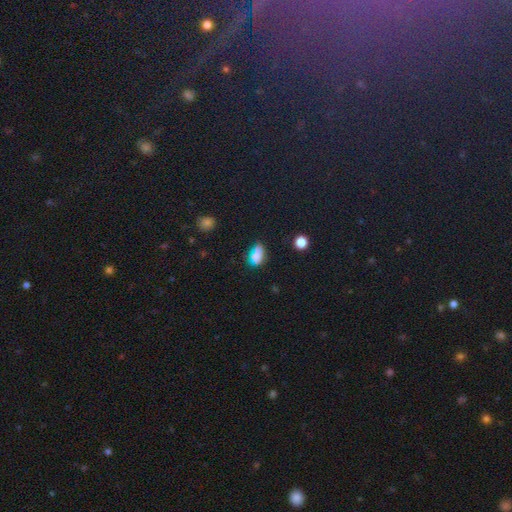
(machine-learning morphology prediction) Smooth or featured?
  - smooth: 69% *
  - star or artifact: 24%
  - featured or disk: 7%
How rounded?
  - in between: 72% *
  - round: 20%
  - cigar-shaped: 9%
Merging?
  - none: 68% *
  - minor disturbance: 18%
  - major disturbance: 7%
  - merger: 6%